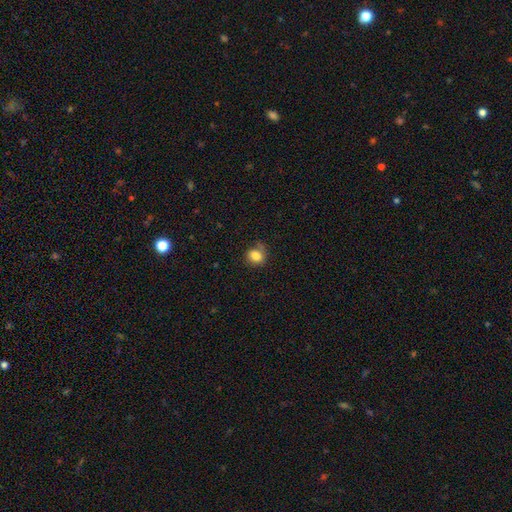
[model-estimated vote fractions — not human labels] This appears to be a smooth galaxy with no disk features (80%) that is round (64%). Merging: none (62%).